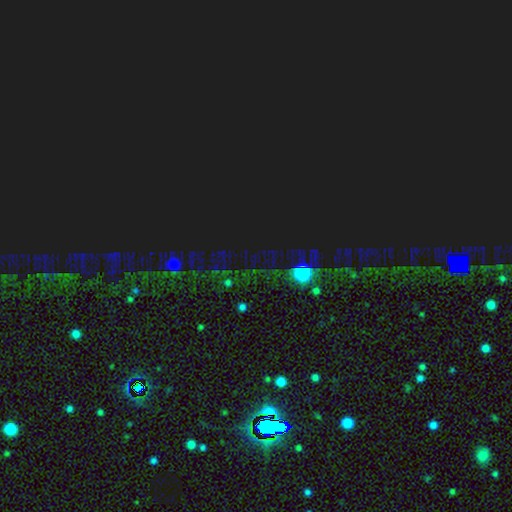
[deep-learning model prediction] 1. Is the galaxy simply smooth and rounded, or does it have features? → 80% star or artifact, 14% smooth, 6% featured or disk.